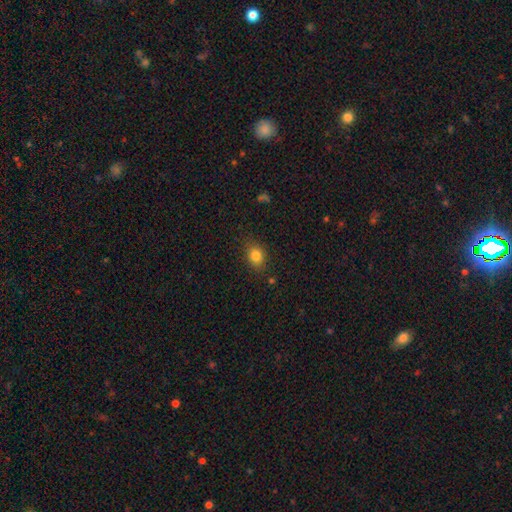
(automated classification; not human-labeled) Q: Smooth or featured?
A: smooth (82%); runner-up: star or artifact (11%)
Q: How rounded?
A: in between (54%); runner-up: round (44%)
Q: Merging?
A: none (83%); runner-up: minor disturbance (12%)